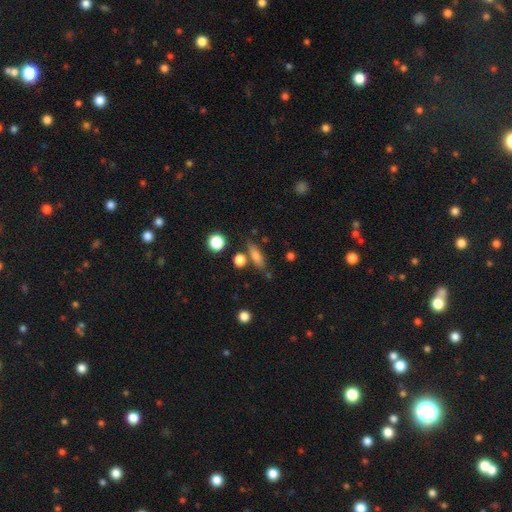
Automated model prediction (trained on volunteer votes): Smooth or featured?
  - smooth: 73% *
  - featured or disk: 17%
  - star or artifact: 10%
How rounded?
  - in between: 48% *
  - cigar-shaped: 43%
  - round: 9%
Merging?
  - none: 72% *
  - minor disturbance: 13%
  - merger: 10%
  - major disturbance: 4%